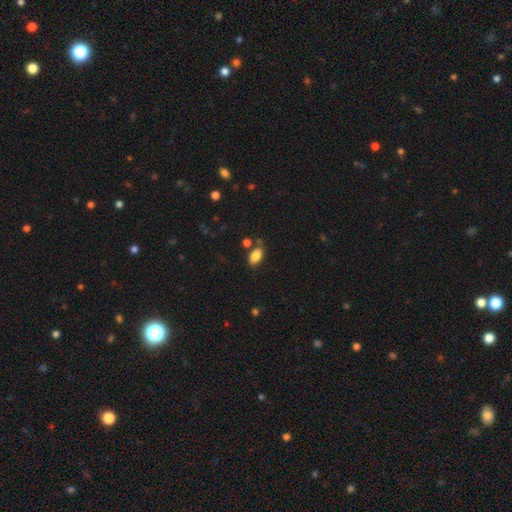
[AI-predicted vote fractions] Q: Smooth or featured?
A: smooth (86%); runner-up: star or artifact (8%)
Q: How rounded?
A: in between (91%); runner-up: round (6%)
Q: Merging?
A: none (73%); runner-up: minor disturbance (14%)